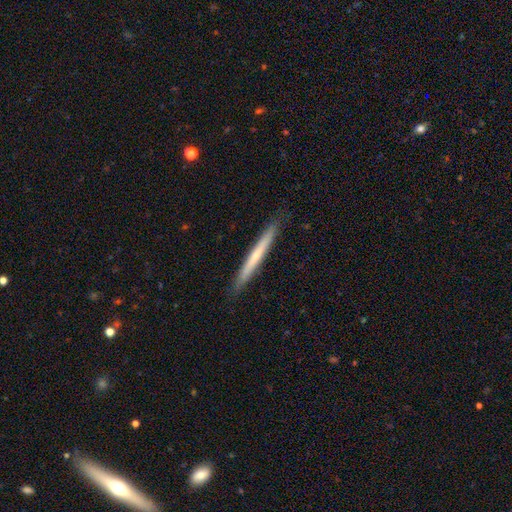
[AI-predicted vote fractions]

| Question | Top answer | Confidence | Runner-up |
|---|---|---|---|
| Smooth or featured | smooth | 48% | featured or disk (47%) |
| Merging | none | 90% | minor disturbance (8%) |